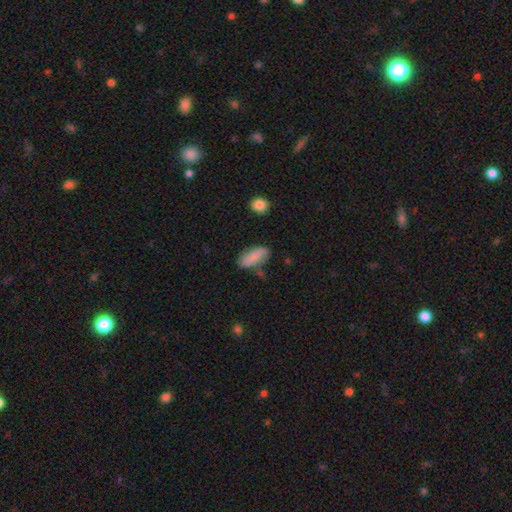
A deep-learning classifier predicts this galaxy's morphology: Smooth or featured?
  - smooth: 80% *
  - featured or disk: 13%
  - star or artifact: 7%
How rounded?
  - in between: 85% *
  - cigar-shaped: 12%
  - round: 3%
Merging?
  - none: 66% *
  - minor disturbance: 22%
  - merger: 7%
  - major disturbance: 6%